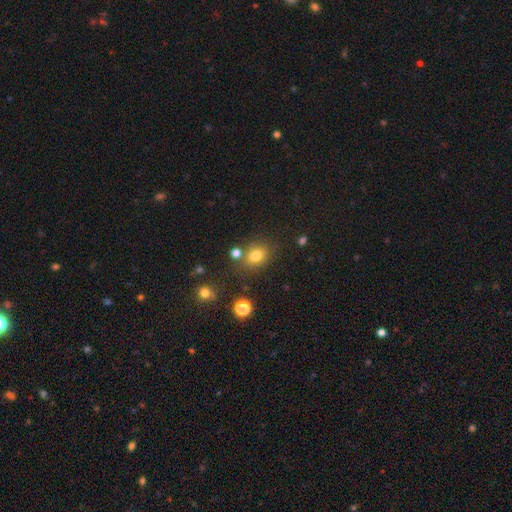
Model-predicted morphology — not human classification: Smooth or featured: smooth — 77% (star or artifact — 15%)
How rounded: round — 62% (in between — 37%)
Merging: none — 72% (minor disturbance — 13%)